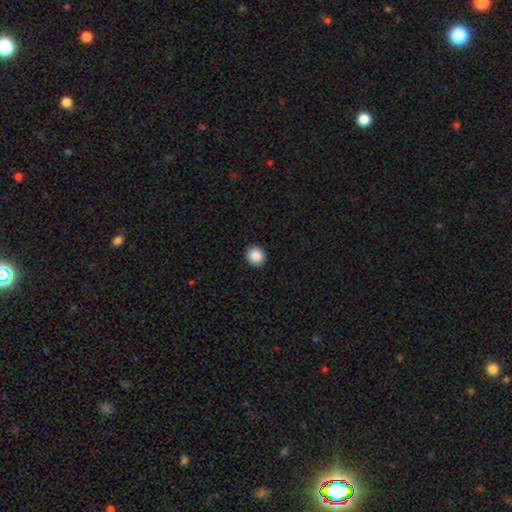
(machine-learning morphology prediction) A smooth galaxy with no disk features (89%) that is round (77%).

Vote fractions:
- Smooth or featured? smooth: 89% / star or artifact: 8% / featured or disk: 3%
- How rounded? round: 77% / in between: 22% / cigar-shaped: 1%
- Merging? none: 91% / minor disturbance: 6% / major disturbance: 2% / merger: 1%